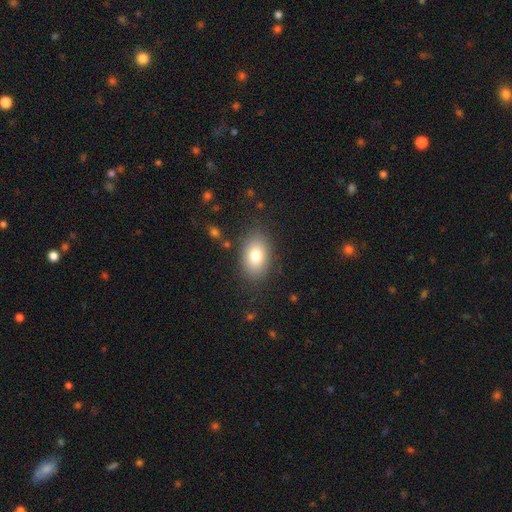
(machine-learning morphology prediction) This is likely a smooth galaxy (78%). How rounded: clearly in between (84%). Merging: clearly none (83%).